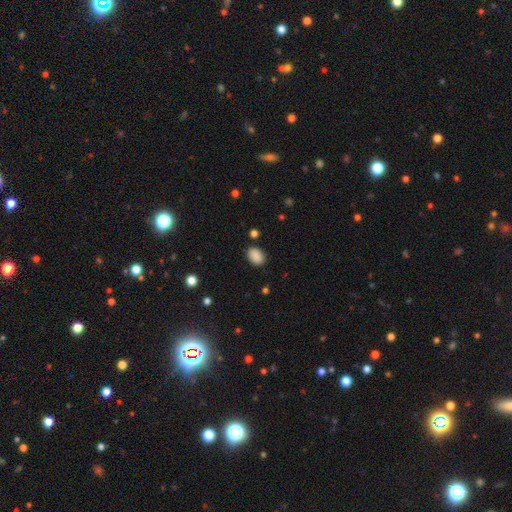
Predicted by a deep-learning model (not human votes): A smooth galaxy with no disk features (88%) that is in between round and cigar-shaped (77%). Merging: none (85%).